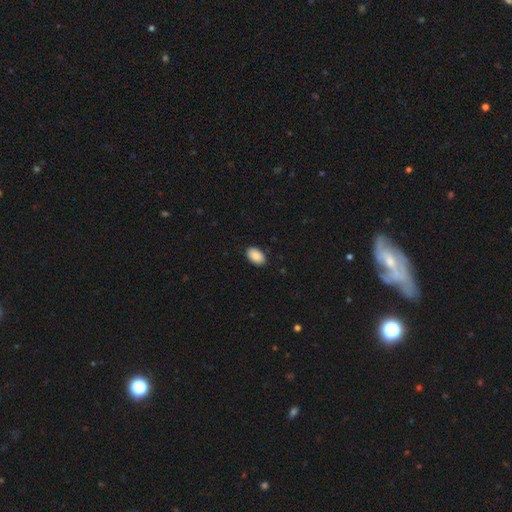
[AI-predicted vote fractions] This is clearly a smooth galaxy (90%). How rounded: clearly in between (93%). Merging: clearly none (88%).